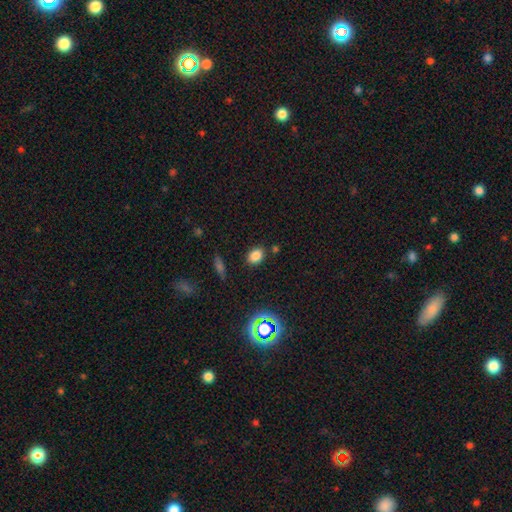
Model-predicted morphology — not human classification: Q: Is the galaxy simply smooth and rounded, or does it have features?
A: smooth — 80%.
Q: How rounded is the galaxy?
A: in between — 66%.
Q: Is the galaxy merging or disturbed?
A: none — 82%.